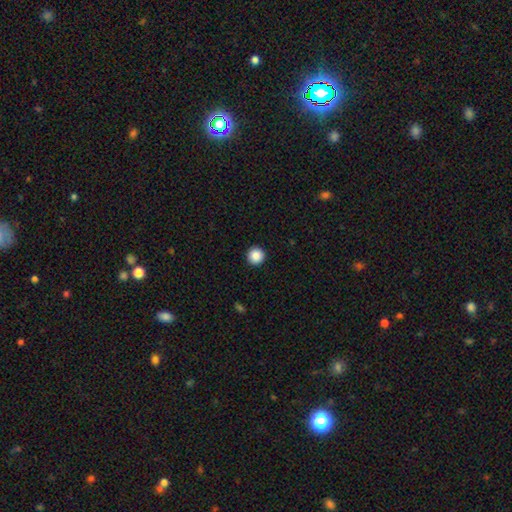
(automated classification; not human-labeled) Q: Smooth or featured?
A: smooth (87%); runner-up: star or artifact (9%)
Q: How rounded?
A: round (96%); runner-up: in between (3%)
Q: Merging?
A: none (93%); runner-up: minor disturbance (4%)